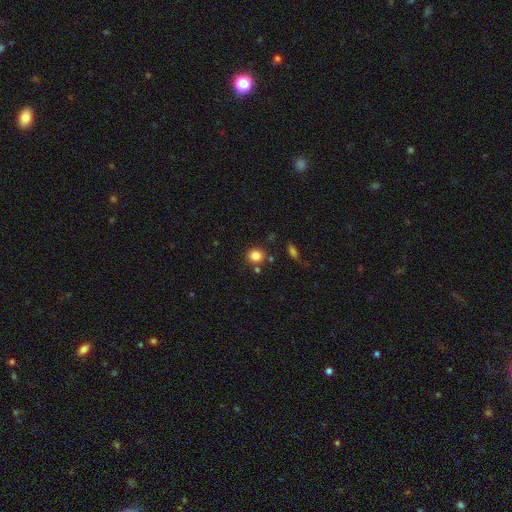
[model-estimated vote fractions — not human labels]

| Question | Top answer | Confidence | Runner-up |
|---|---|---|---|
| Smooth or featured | smooth | 84% | star or artifact (11%) |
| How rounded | round | 84% | in between (15%) |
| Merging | none | 81% | minor disturbance (9%) |